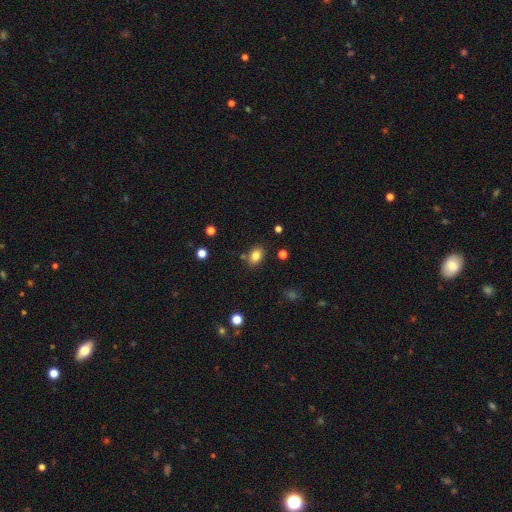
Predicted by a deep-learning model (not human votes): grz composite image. It shows a smooth galaxy with no disk features (82%) that is in between round and cigar-shaped (76%). Merging: none (79%).